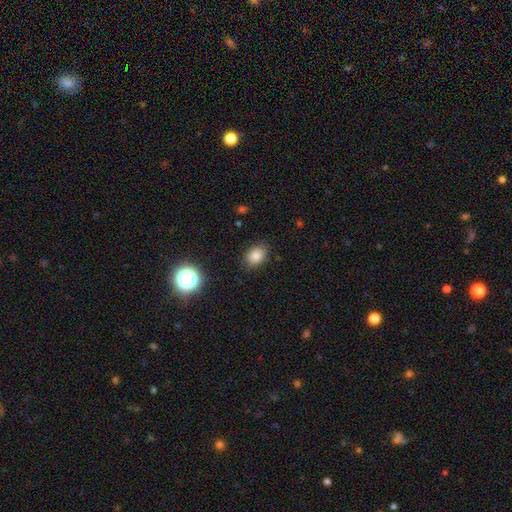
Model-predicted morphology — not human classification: The model was most divided on "how rounded": in between: 73%, round: 26%, cigar-shaped: 1%. More confident: merging — none (85%); smooth or featured — smooth (82%).